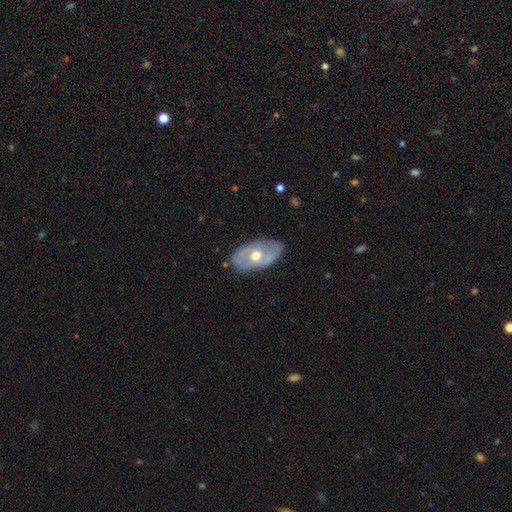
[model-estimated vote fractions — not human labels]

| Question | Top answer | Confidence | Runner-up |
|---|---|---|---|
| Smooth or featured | featured or disk | 59% | smooth (36%) |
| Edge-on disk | no | 87% | yes (13%) |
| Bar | no | 81% | weak (14%) |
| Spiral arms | no | 70% | yes (30%) |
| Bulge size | moderate | 79% | small (13%) |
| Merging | none | 81% | minor disturbance (15%) |